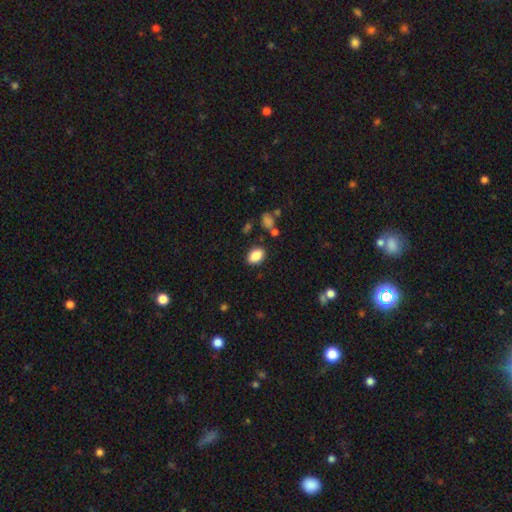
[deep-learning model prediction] Smooth or featured? smooth (87%)
How rounded? in between (81%)
Merging? none (84%)